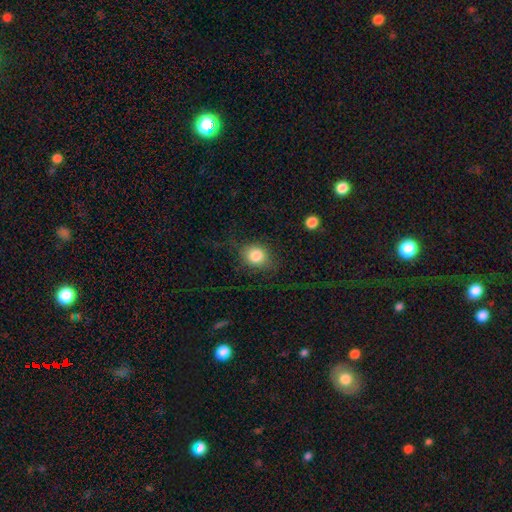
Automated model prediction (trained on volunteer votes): Overall: smooth (83%). How rounded: round (68%; in between 31%). Merging: none (77%).